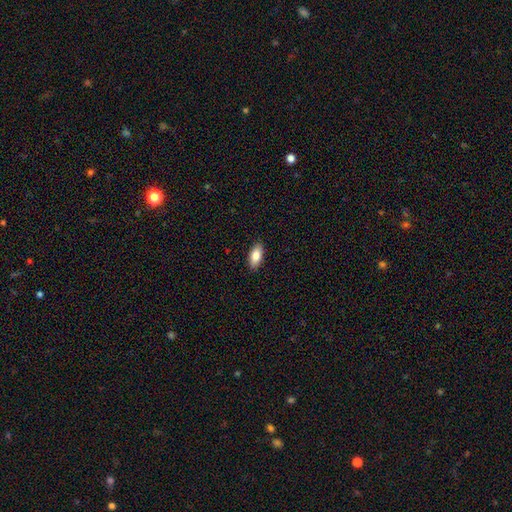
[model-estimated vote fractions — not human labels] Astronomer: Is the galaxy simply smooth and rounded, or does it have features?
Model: smooth — 83%.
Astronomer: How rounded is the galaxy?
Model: in between — 89%.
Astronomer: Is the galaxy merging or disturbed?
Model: none — 90%.